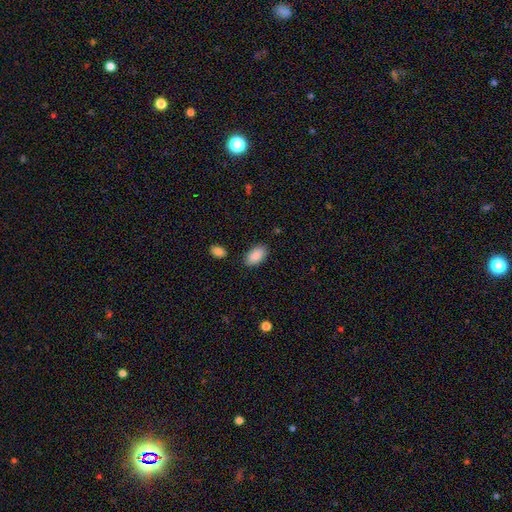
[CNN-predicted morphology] This is clearly a smooth galaxy (89%). How rounded: clearly in between (94%). Merging: clearly none (83%).